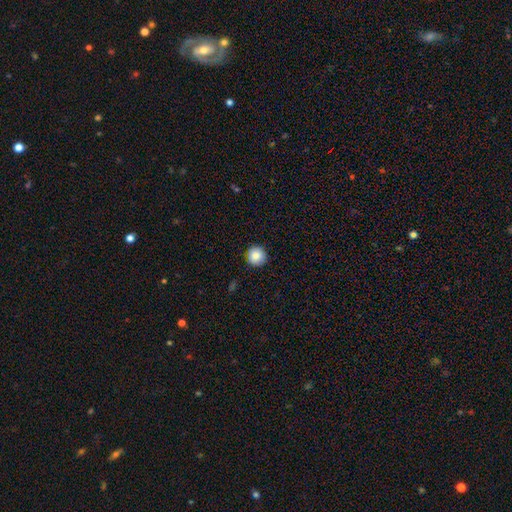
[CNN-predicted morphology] The model was most divided on "smooth or featured": smooth: 86%, star or artifact: 8%, featured or disk: 6%. More confident: how rounded — round (96%); merging — none (92%).